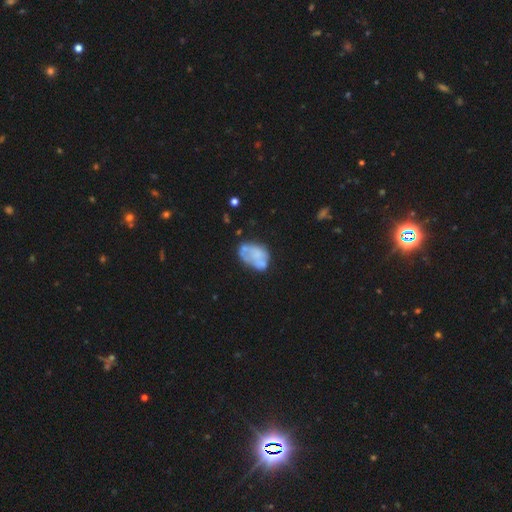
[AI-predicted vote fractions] This is possibly a featured or disk galaxy (46%, tied with smooth). Merging: marginally none (40%).